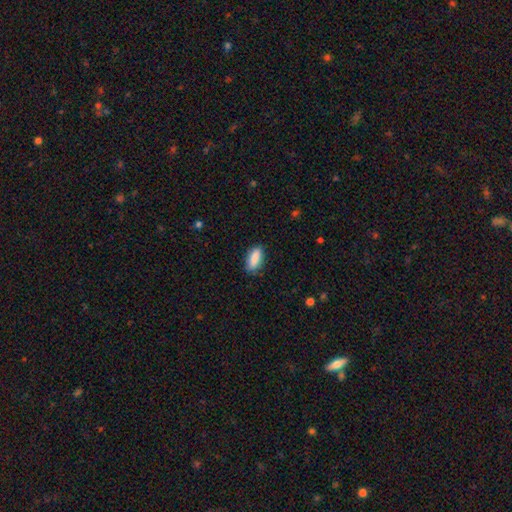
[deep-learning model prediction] Smooth or featured? Predicted: smooth (p=0.87). How rounded? Predicted: in between (p=0.75). Merging? Predicted: none (p=0.83).